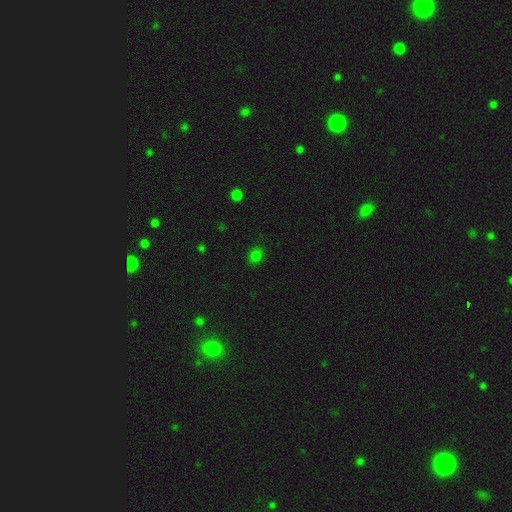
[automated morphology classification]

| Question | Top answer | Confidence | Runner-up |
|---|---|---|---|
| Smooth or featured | smooth | 77% | star or artifact (19%) |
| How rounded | round | 51% | in between (48%) |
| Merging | none | 86% | minor disturbance (10%) |